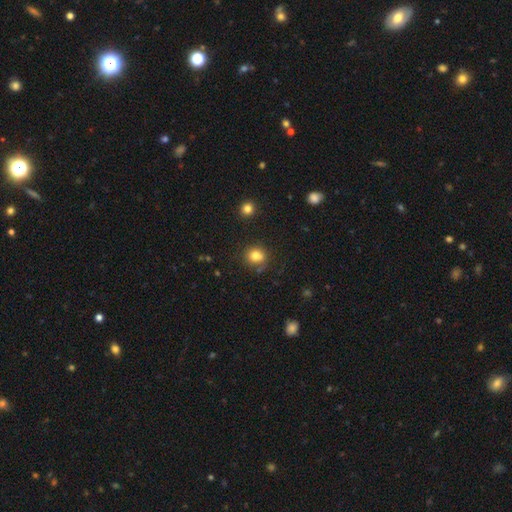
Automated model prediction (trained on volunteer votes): This is clearly a smooth galaxy (81%). How rounded: likely round (74%). Merging: likely none (75%).